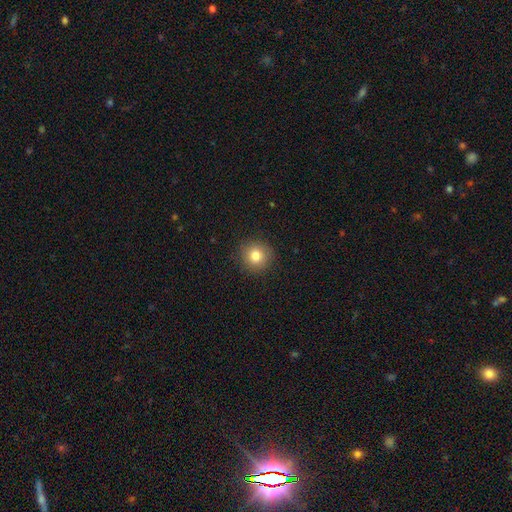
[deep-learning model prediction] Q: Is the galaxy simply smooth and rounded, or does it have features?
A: smooth — 80%.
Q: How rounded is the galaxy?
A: round — 91%.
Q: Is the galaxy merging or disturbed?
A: none — 89%.